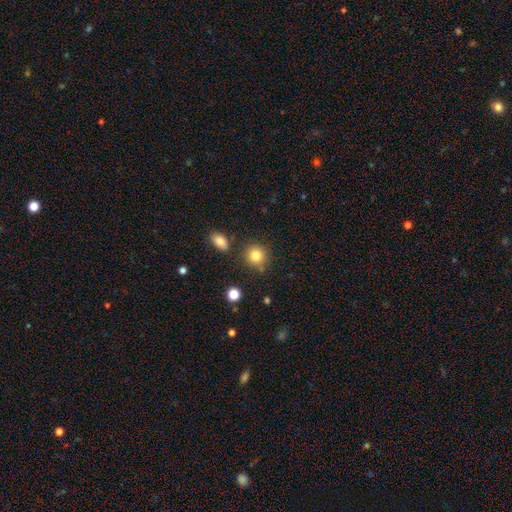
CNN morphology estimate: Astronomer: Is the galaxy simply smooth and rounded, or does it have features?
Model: smooth — 82%.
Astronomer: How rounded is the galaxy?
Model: round — 88%.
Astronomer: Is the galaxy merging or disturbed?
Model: none — 81%.